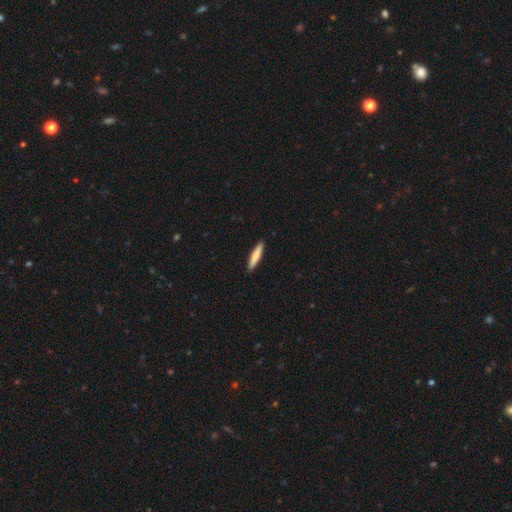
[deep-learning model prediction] This appears to be a smooth galaxy with no disk features (74%) that is cigar-shaped (89%). Merging: none (92%).